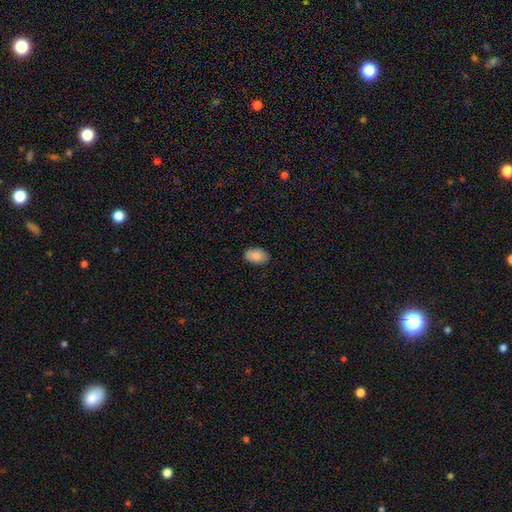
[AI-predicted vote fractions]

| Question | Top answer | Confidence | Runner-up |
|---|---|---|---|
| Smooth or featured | smooth | 85% | featured or disk (8%) |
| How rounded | in between | 88% | round (11%) |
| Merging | none | 84% | minor disturbance (13%) |